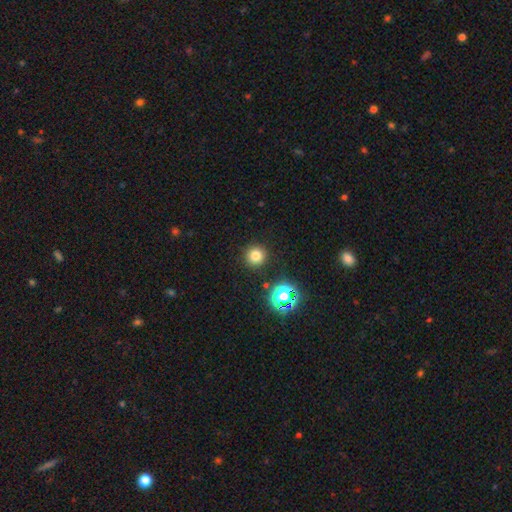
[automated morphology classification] type=smooth (77%); roundness=round (95%); merging=none (90%).